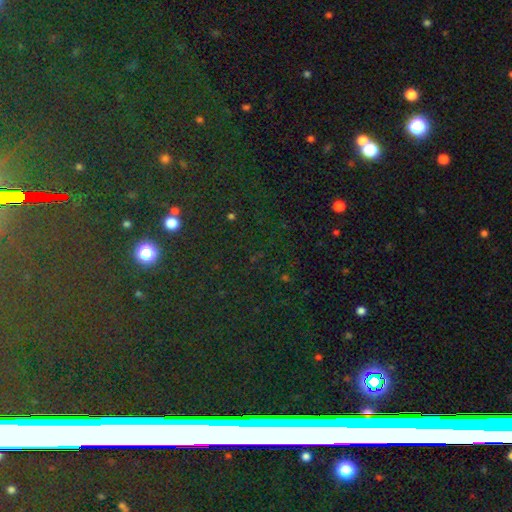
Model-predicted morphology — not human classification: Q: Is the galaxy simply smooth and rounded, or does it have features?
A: star or artifact — 75%.